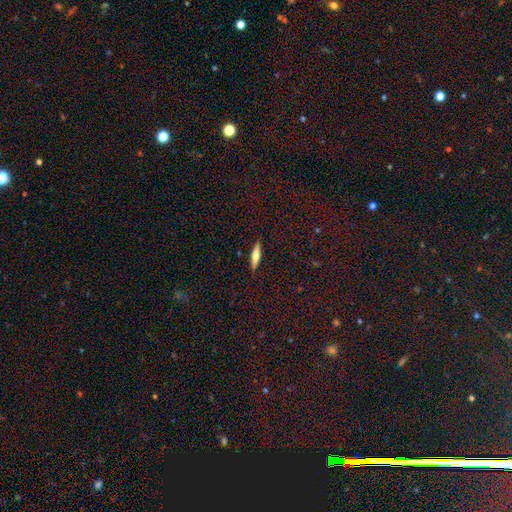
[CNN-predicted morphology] This appears to be a smooth galaxy with no disk features (52%) that is cigar-shaped (75%). Merging: none (89%).